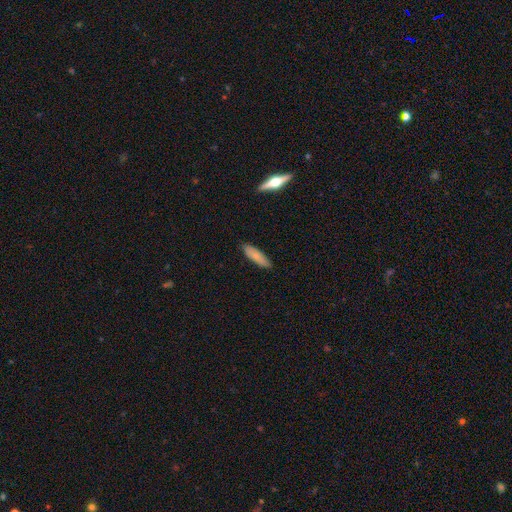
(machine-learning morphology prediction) type=smooth (79%); roundness=cigar-shaped (57%); merging=none (86%).